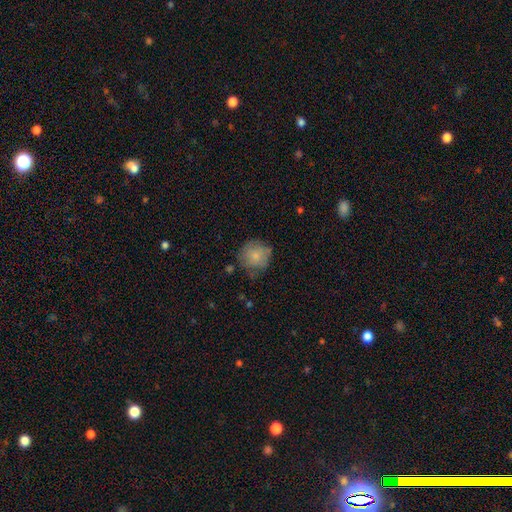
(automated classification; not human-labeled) A smooth galaxy with no disk features (78%) that is round (90%).

Vote fractions:
- Smooth or featured? smooth: 78% / featured or disk: 14% / star or artifact: 7%
- How rounded? round: 90% / in between: 9% / cigar-shaped: 1%
- Merging? none: 67% / minor disturbance: 23% / major disturbance: 7% / merger: 3%